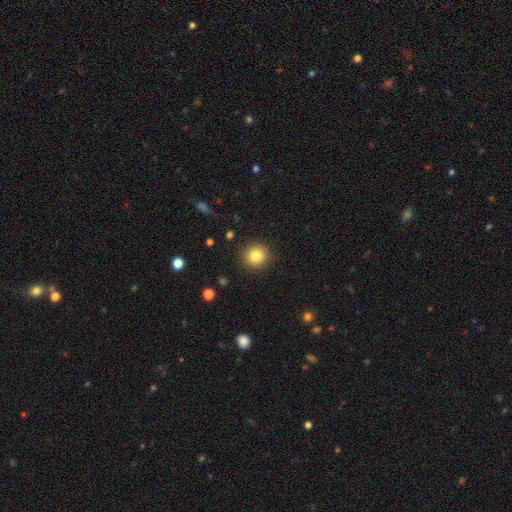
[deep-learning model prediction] This appears to be a smooth galaxy with no disk features (83%) that is round (93%). Merging: none (90%).